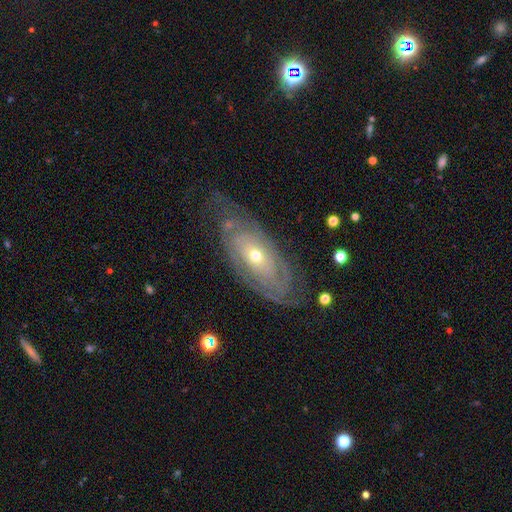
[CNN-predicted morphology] Smooth or featured? featured or disk (79%)
Edge-on disk? no (90%)
Bar? no (84%)
Spiral arms? yes (81%)
Spiral winding? tight (76%)
Spiral arm count? can't tell (51%)
Bulge size? small (53%)
Merging? none (68%)